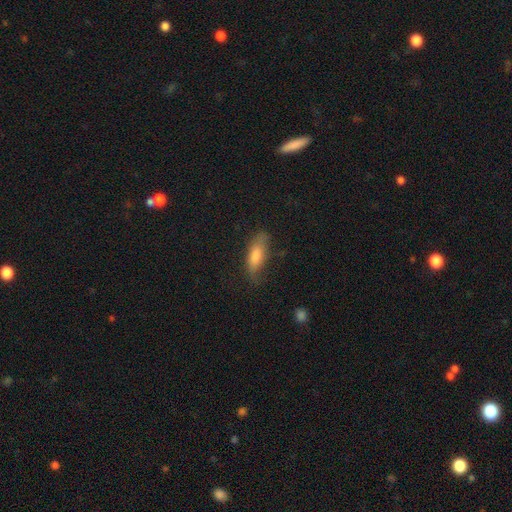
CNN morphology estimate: smooth_or_featured: smooth (p=0.70) [alt: featured or disk p=0.21]
how_rounded: in between (p=0.62) [alt: cigar-shaped p=0.36]
merging: none (p=0.63) [alt: minor disturbance p=0.26]